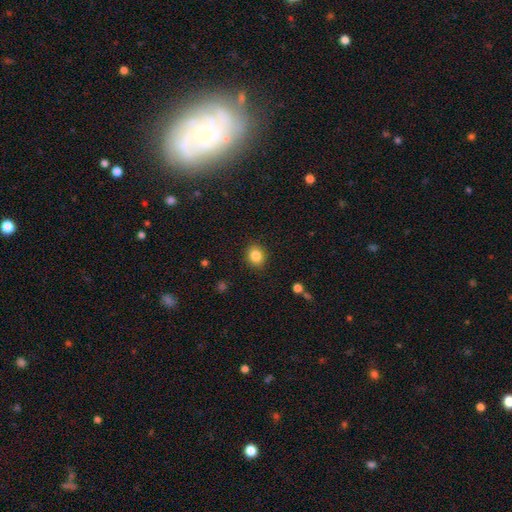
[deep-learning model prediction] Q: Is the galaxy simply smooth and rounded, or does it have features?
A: smooth — 85%.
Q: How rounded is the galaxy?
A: round — 67%.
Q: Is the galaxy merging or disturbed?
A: none — 89%.